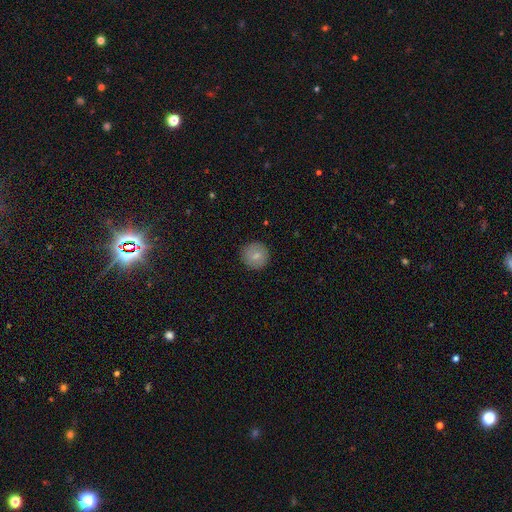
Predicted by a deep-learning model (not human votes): Q: Smooth or featured?
A: smooth (78%); runner-up: featured or disk (14%)
Q: How rounded?
A: round (95%); runner-up: in between (4%)
Q: Merging?
A: none (90%); runner-up: minor disturbance (7%)